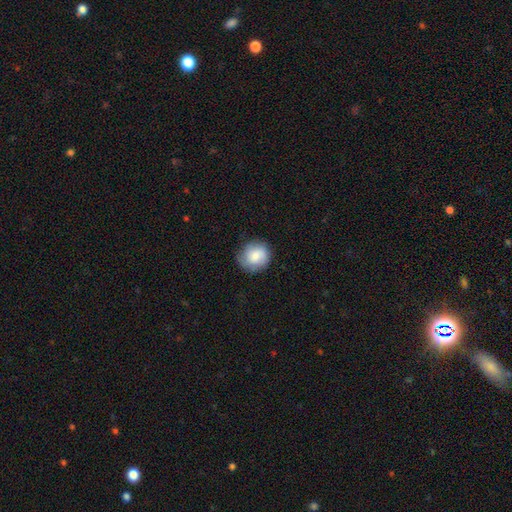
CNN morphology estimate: smooth_or_featured: smooth (p=0.79) [alt: featured or disk p=0.14]
how_rounded: round (p=0.86) [alt: in between p=0.13]
merging: none (p=0.81) [alt: minor disturbance p=0.15]